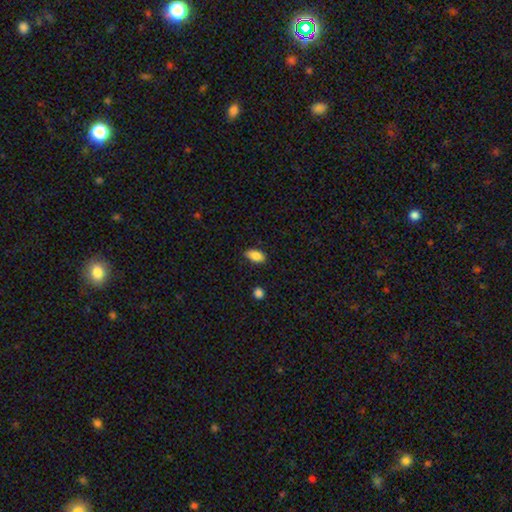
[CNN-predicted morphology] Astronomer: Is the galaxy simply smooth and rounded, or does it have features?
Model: smooth — 86%.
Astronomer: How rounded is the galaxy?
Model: in between — 92%.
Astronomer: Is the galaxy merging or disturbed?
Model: none — 80%.